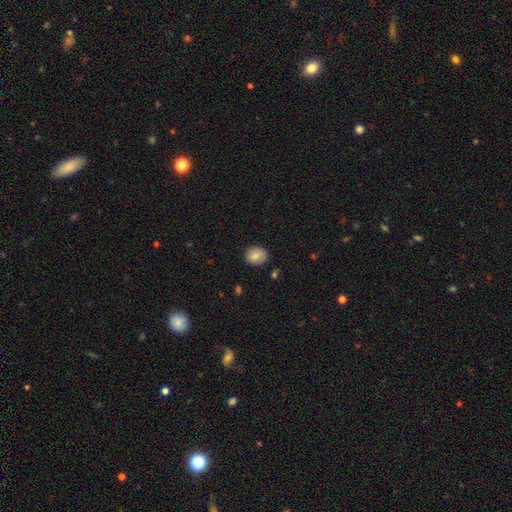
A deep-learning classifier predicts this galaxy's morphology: Smooth or featured? smooth (81%)
How rounded? round (51%)
Merging? none (84%)